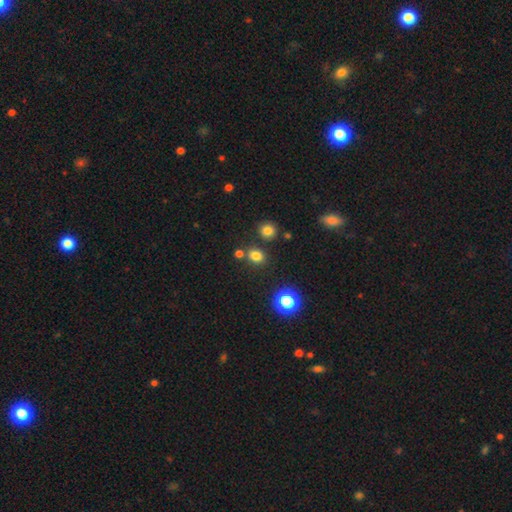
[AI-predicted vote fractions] smooth_or_featured: smooth (p=0.78) [alt: star or artifact p=0.16]
how_rounded: round (p=0.55) [alt: in between p=0.44]
merging: none (p=0.76) [alt: merger p=0.11]